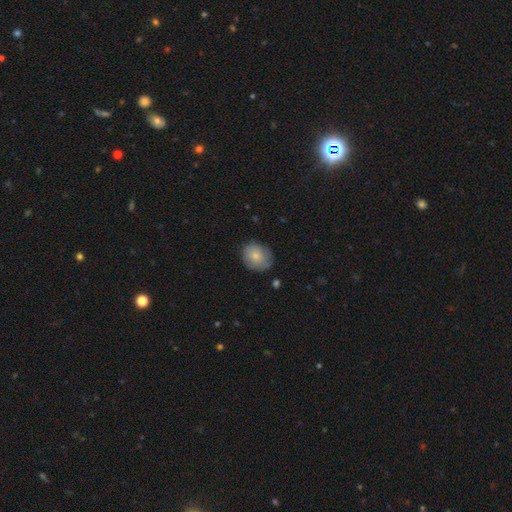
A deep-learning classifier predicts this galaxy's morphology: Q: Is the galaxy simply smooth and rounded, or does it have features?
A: smooth — 78%.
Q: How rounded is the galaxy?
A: round — 61%.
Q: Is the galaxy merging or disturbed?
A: none — 73%.